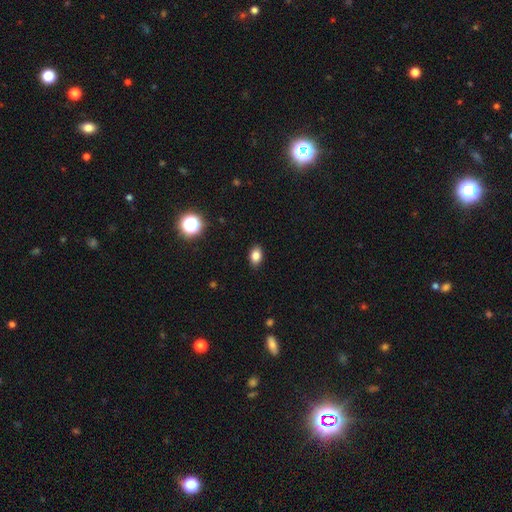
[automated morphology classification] Overall: smooth (83%). How rounded: in between (81%). Merging: none (88%).